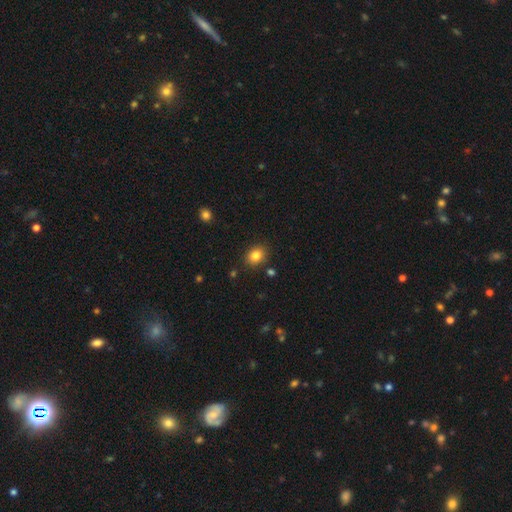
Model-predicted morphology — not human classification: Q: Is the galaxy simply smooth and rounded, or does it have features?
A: smooth — 83%.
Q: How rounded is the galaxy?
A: round — 55%.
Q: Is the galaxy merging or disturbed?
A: none — 86%.